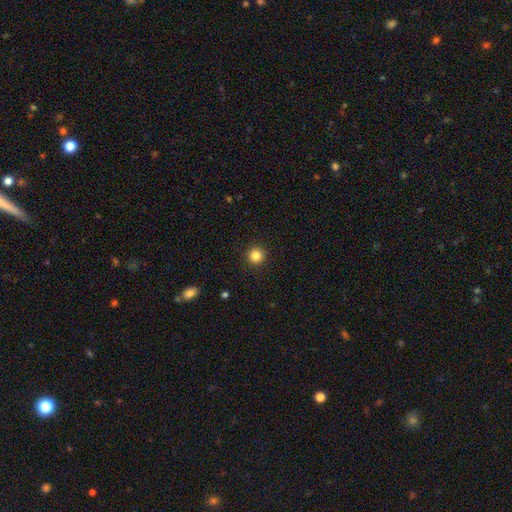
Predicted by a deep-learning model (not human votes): A smooth galaxy with no disk features (85%) that is round (95%). Merging: none (93%).